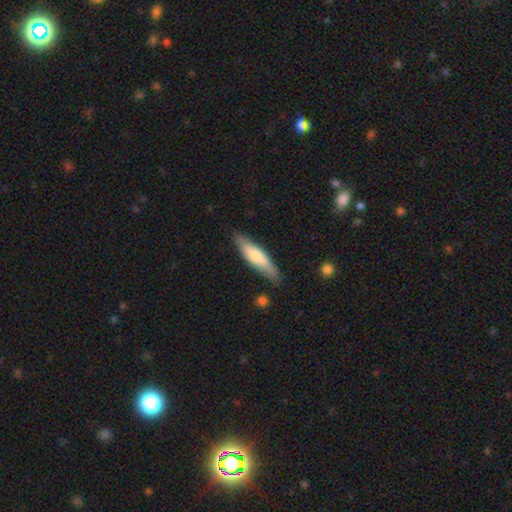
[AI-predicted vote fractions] Q: Smooth or featured?
A: smooth (64%); runner-up: featured or disk (30%)
Q: How rounded?
A: cigar-shaped (75%); runner-up: in between (23%)
Q: Merging?
A: none (83%); runner-up: minor disturbance (13%)